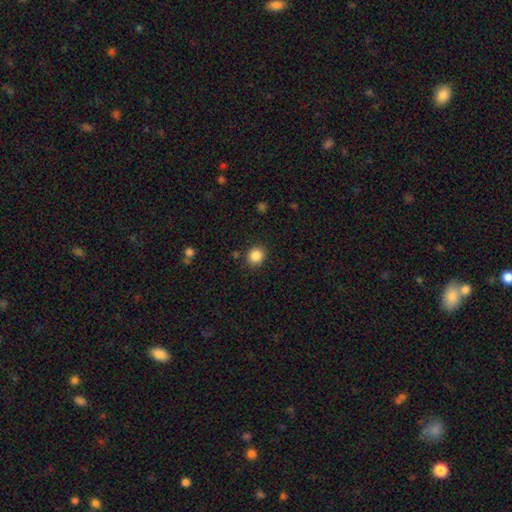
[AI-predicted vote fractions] smooth_or_featured: smooth (p=0.86) [alt: star or artifact p=0.11]
how_rounded: round (p=0.85) [alt: in between p=0.14]
merging: none (p=0.87) [alt: minor disturbance p=0.08]